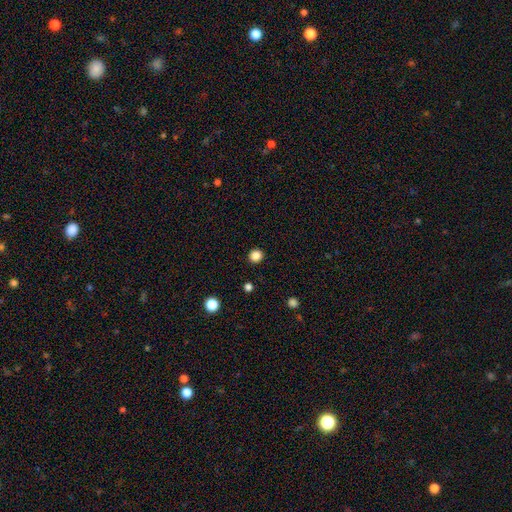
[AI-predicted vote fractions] smooth_or_featured: smooth (p=0.85) [alt: star or artifact p=0.12]
how_rounded: round (p=0.93) [alt: in between p=0.06]
merging: none (p=0.93) [alt: minor disturbance p=0.05]